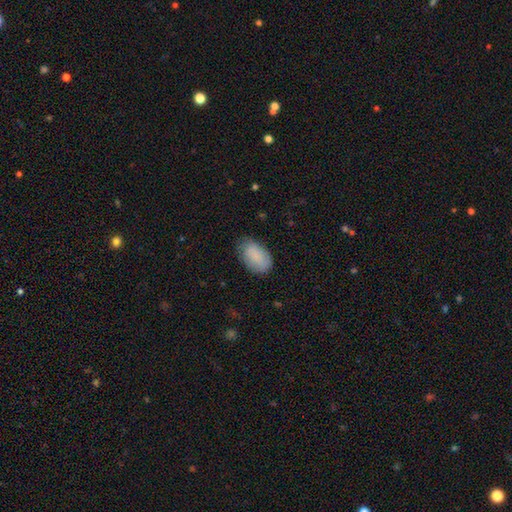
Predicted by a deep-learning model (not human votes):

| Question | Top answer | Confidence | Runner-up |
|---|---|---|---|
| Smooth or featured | smooth | 86% | featured or disk (8%) |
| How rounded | in between | 93% | round (6%) |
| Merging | none | 70% | minor disturbance (24%) |